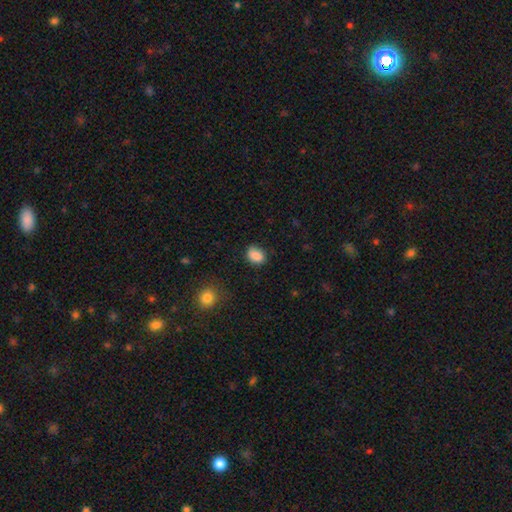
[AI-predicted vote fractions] smooth 87%, star or artifact 9%, featured or disk 4%. Down the decision tree: how rounded — in between (72%); merging — none (73%).